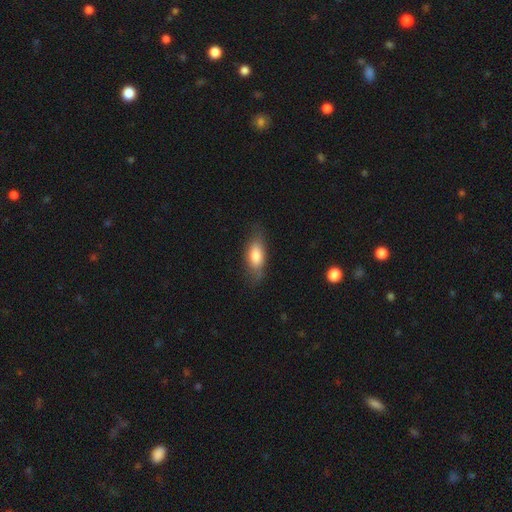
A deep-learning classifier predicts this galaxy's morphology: Smooth or featured: smooth — 77% (featured or disk — 17%)
How rounded: in between — 79% (cigar-shaped — 18%)
Merging: none — 72% (minor disturbance — 21%)